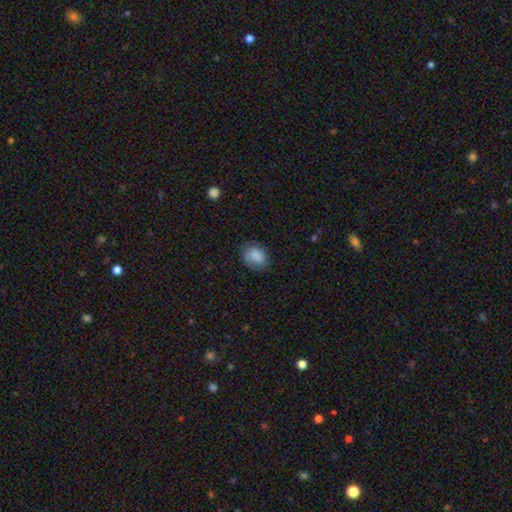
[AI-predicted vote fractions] Smooth or featured: smooth — 83% (star or artifact — 9%)
How rounded: in between — 56% (round — 43%)
Merging: none — 67% (minor disturbance — 25%)